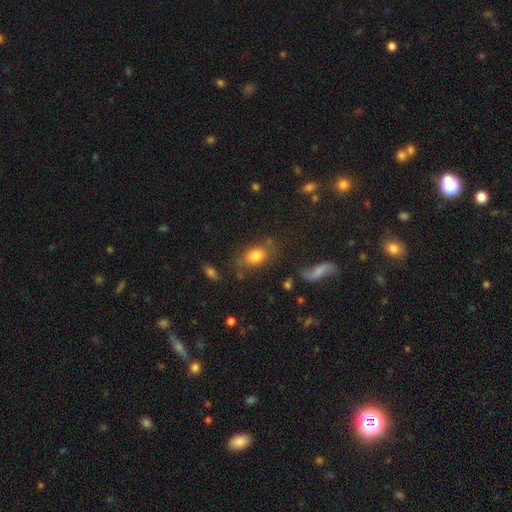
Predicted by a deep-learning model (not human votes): A smooth galaxy with no disk features (78%) that is in between round and cigar-shaped (80%). Merging: none (65%).